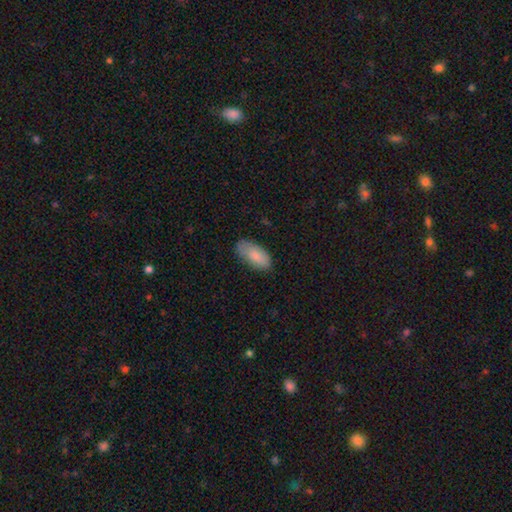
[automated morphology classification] Overall: smooth (82%). How rounded: in between (91%). Merging: none (72%).